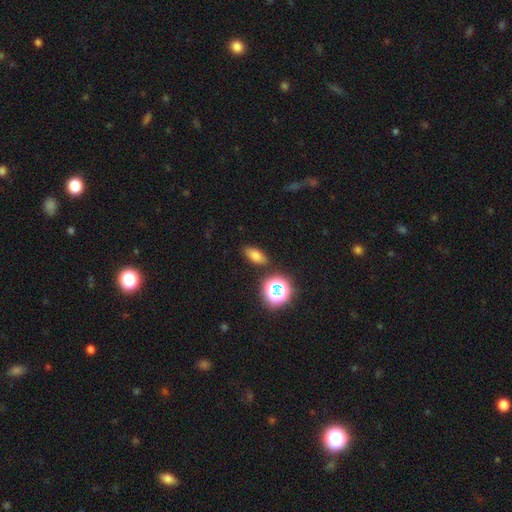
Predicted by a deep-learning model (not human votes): The model was most divided on "smooth or featured": smooth: 73%, star or artifact: 18%, featured or disk: 9%. More confident: merging — none (85%); how rounded — in between (81%).